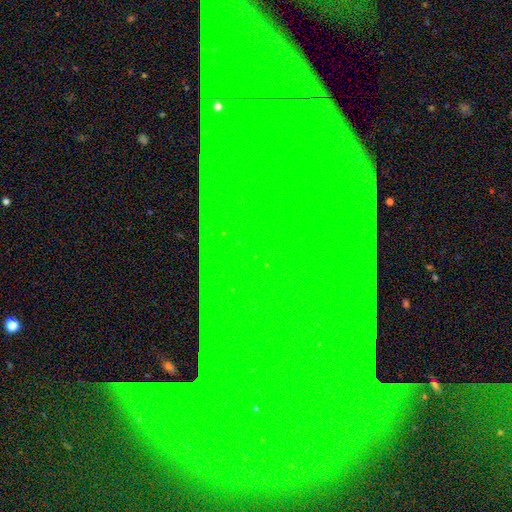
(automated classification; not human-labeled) Q: Smooth or featured?
A: star or artifact (86%); runner-up: featured or disk (7%)